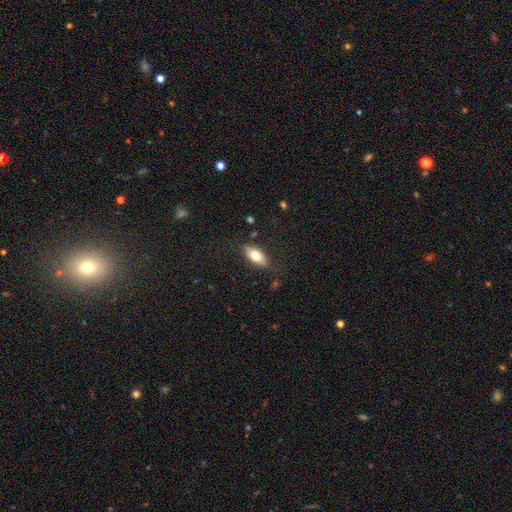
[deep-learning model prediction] This is likely a smooth galaxy (75%). How rounded: clearly in between (85%). Merging: clearly none (81%).